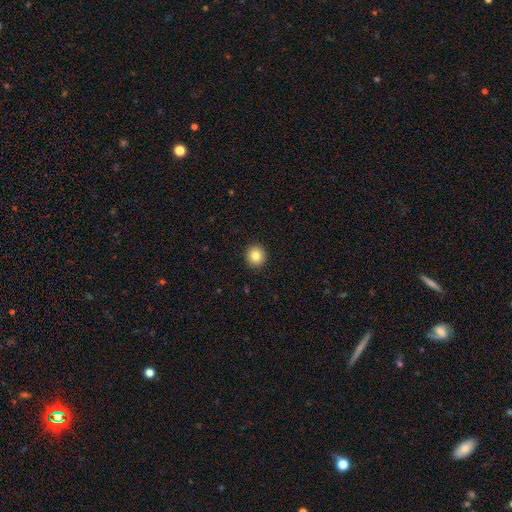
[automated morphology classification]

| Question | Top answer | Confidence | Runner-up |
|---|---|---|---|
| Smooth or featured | smooth | 83% | star or artifact (10%) |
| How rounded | round | 92% | in between (7%) |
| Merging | none | 93% | minor disturbance (4%) |